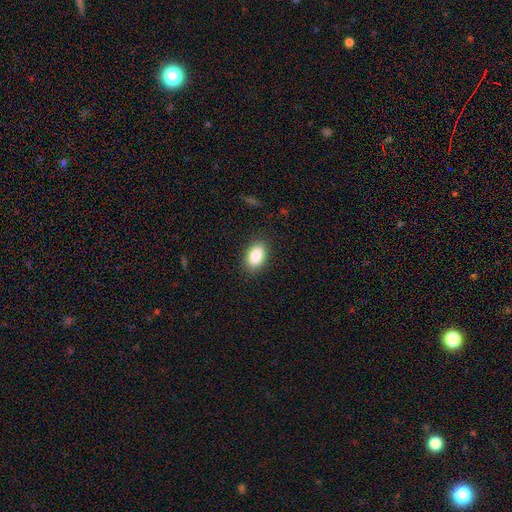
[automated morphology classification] Q: Smooth or featured?
A: smooth (87%); runner-up: star or artifact (8%)
Q: How rounded?
A: in between (88%); runner-up: round (11%)
Q: Merging?
A: none (87%); runner-up: minor disturbance (9%)